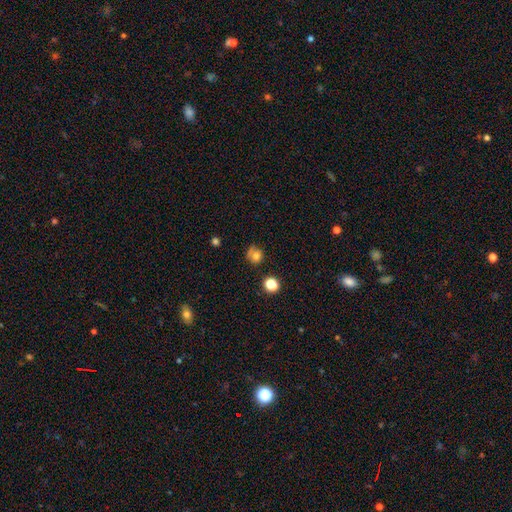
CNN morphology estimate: A smooth galaxy with no disk features (72%) that is round (82%). Merging: none (58%).